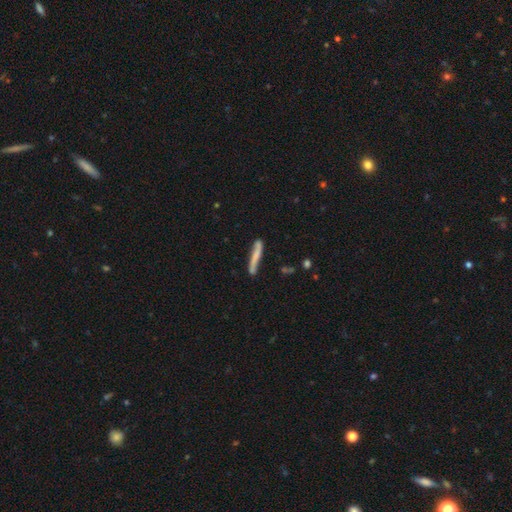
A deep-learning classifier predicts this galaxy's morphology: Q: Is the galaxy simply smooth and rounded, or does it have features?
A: smooth — 54%.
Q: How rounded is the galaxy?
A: cigar-shaped — 93%.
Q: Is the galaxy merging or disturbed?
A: none — 64%.